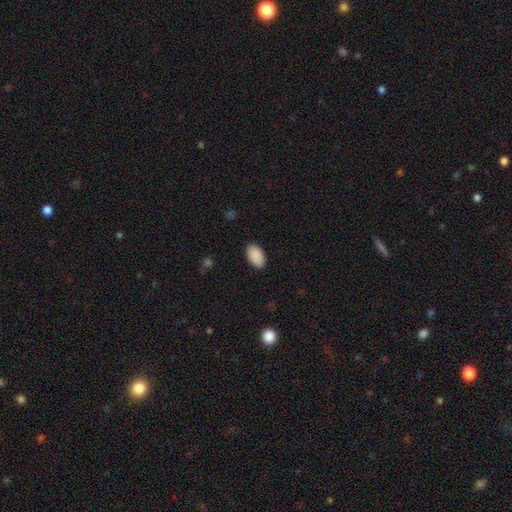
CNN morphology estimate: A smooth galaxy with no disk features (91%) that is in between round and cigar-shaped (94%).

Vote fractions:
- Smooth or featured? smooth: 91% / star or artifact: 6% / featured or disk: 3%
- How rounded? in between: 94% / round: 5% / cigar-shaped: 1%
- Merging? none: 89% / minor disturbance: 8% / major disturbance: 2% / merger: 1%